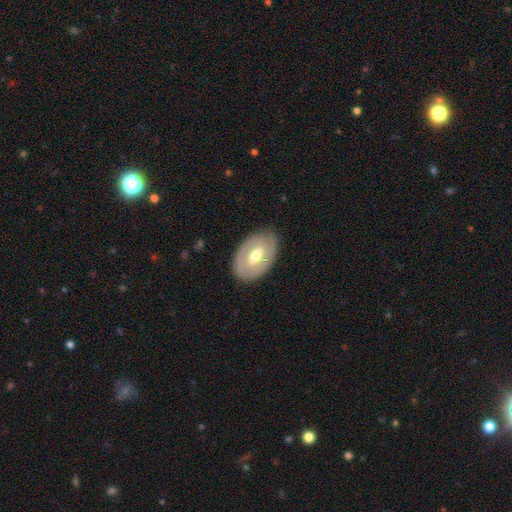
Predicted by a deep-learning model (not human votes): The model was most divided on "bar": weak: 42%, no: 35%, strong: 22%. More confident: edge-on disk — no (92%); merging — none (83%); bulge size — moderate (71%); spiral arms — no (63%); smooth or featured — featured or disk (61%).